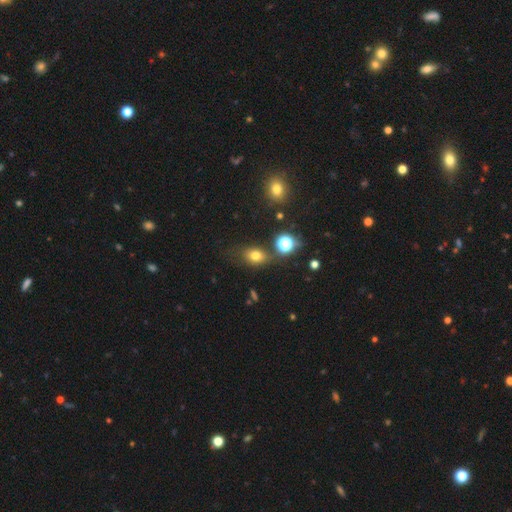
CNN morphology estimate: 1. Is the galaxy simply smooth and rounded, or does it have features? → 71% smooth, 19% star or artifact, 10% featured or disk.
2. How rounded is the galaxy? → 68% in between, 30% round, 2% cigar-shaped.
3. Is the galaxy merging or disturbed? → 68% none, 18% minor disturbance, 7% merger, 7% major disturbance.